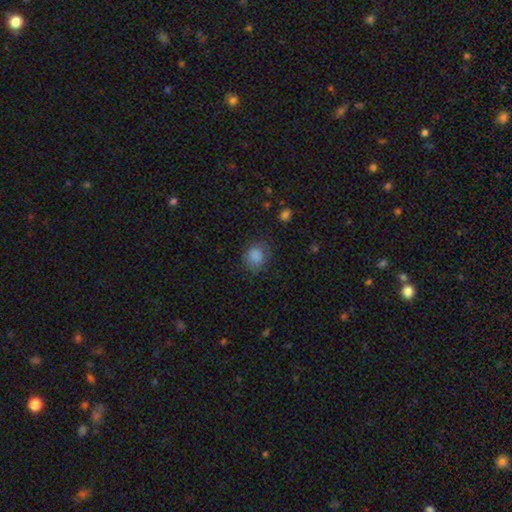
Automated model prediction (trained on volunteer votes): Smooth or featured?
  - smooth: 85% *
  - star or artifact: 10%
  - featured or disk: 5%
How rounded?
  - round: 72% *
  - in between: 27%
  - cigar-shaped: 1%
Merging?
  - none: 74% *
  - minor disturbance: 18%
  - major disturbance: 6%
  - merger: 1%